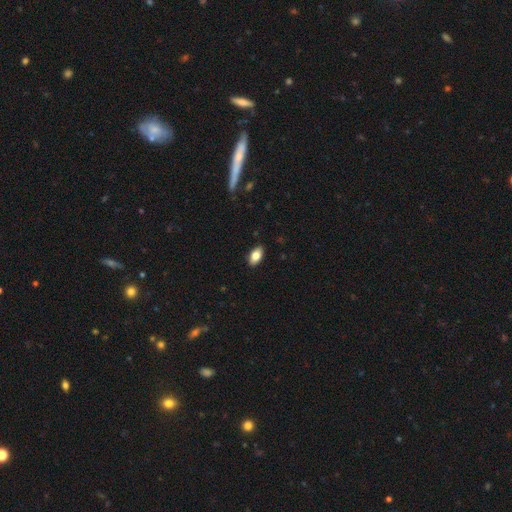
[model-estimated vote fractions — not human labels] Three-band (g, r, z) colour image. It shows a smooth galaxy with no disk features (81%) that is in between round and cigar-shaped (92%). Merging: none (88%).